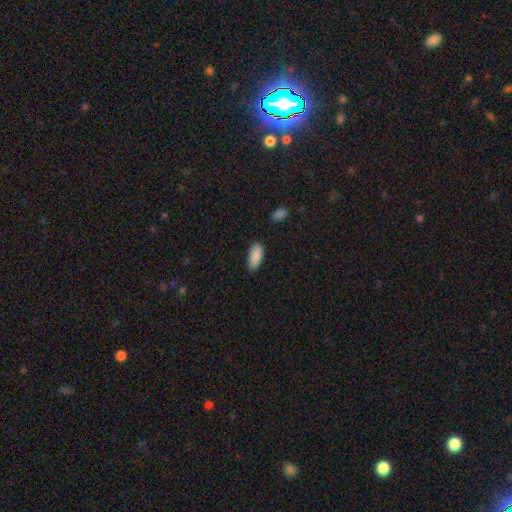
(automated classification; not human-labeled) Smooth or featured? Predicted: smooth (p=0.90). How rounded? Predicted: in between (p=0.88). Merging? Predicted: none (p=0.79).